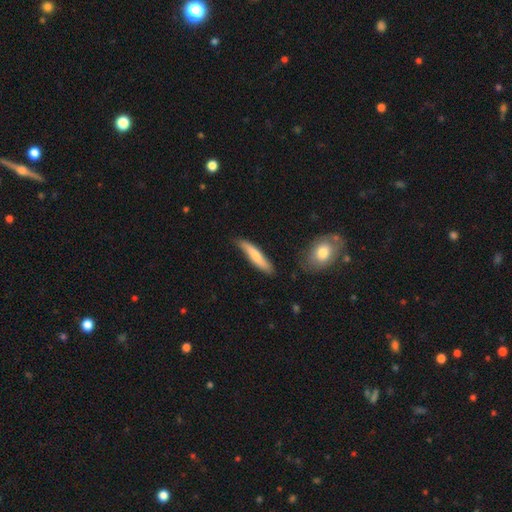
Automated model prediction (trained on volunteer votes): The model was most divided on "smooth or featured": smooth: 70%, featured or disk: 25%, star or artifact: 5%. More confident: how rounded — cigar-shaped (86%); merging — none (75%).